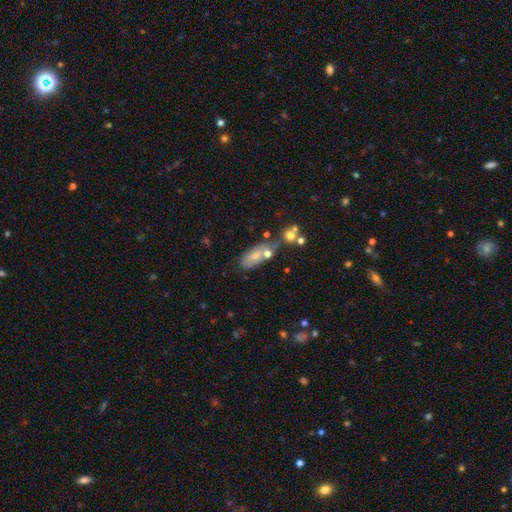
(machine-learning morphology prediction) This is likely a smooth galaxy (68%). How rounded: clearly in between (82%). Merging: marginally none (41%).